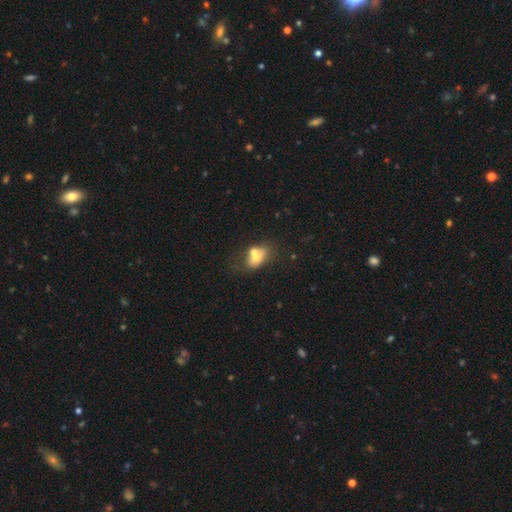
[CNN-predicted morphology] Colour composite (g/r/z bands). It shows a smooth galaxy with no disk features (60%) that is in between round and cigar-shaped (74%). Merging: merger (43%).